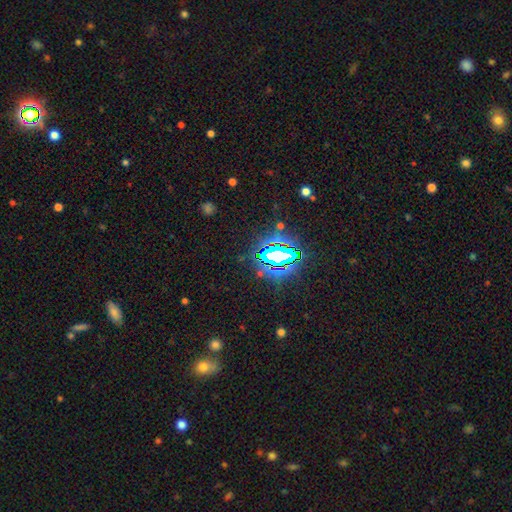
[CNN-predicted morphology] The model was most divided on "smooth or featured": star or artifact: 77%, smooth: 13%, featured or disk: 9%.